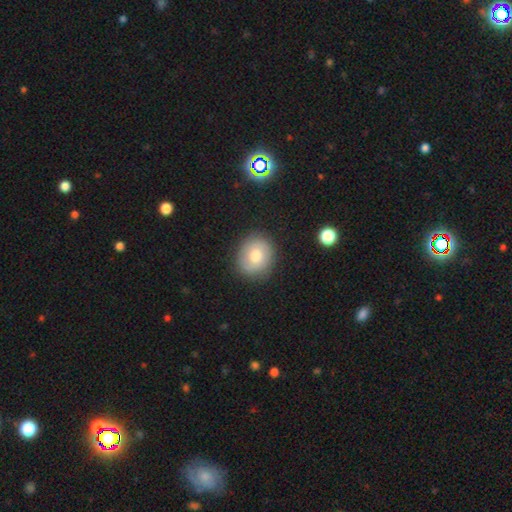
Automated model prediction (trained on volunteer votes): This appears to be a smooth galaxy with no disk features (66%) that is round (76%). Merging: none (85%).